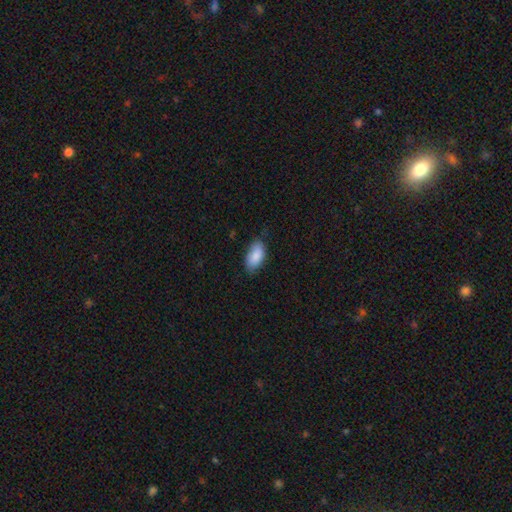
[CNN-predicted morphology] Smooth or featured?
  - smooth: 87% *
  - featured or disk: 7%
  - star or artifact: 6%
How rounded?
  - in between: 94% *
  - cigar-shaped: 4%
  - round: 3%
Merging?
  - none: 74% *
  - minor disturbance: 21%
  - major disturbance: 3%
  - merger: 1%